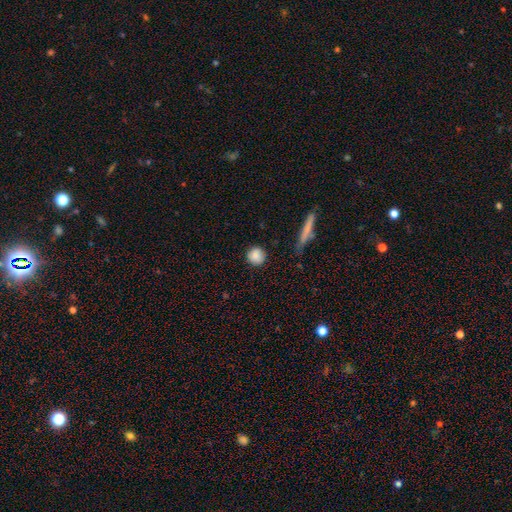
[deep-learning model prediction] The model was most divided on "smooth or featured": smooth: 84%, star or artifact: 8%, featured or disk: 7%. More confident: how rounded — round (90%); merging — none (87%).